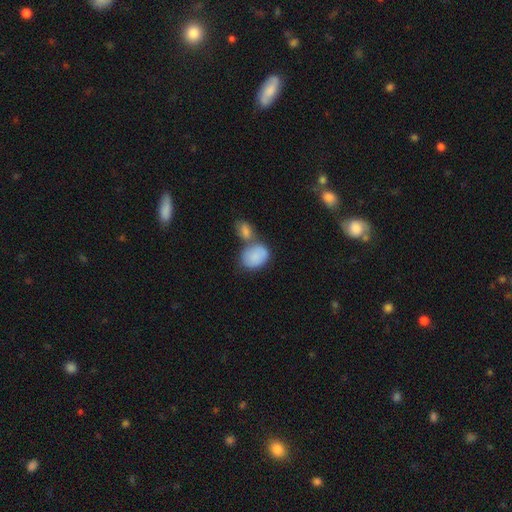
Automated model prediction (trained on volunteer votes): A smooth galaxy with no disk features (84%) that is in between round and cigar-shaped (77%).

Vote fractions:
- Smooth or featured? smooth: 84% / featured or disk: 10% / star or artifact: 6%
- How rounded? in between: 77% / round: 21% / cigar-shaped: 1%
- Merging? merger: 47% / none: 34% / minor disturbance: 13% / major disturbance: 5%